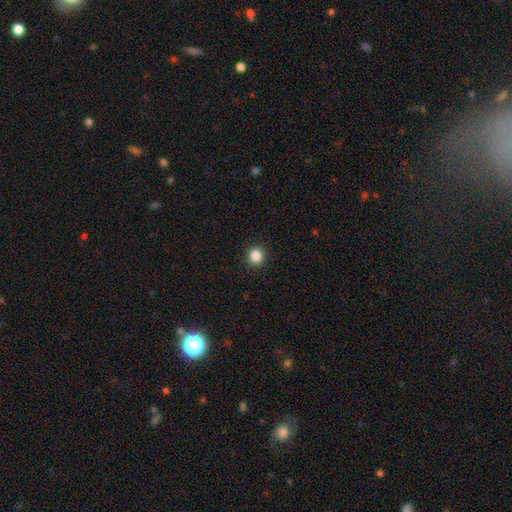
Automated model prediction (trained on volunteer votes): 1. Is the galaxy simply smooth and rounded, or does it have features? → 86% smooth, 11% star or artifact, 3% featured or disk.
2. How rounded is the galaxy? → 94% round, 5% in between, 1% cigar-shaped.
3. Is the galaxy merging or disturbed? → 93% none, 5% minor disturbance, 2% major disturbance, 1% merger.